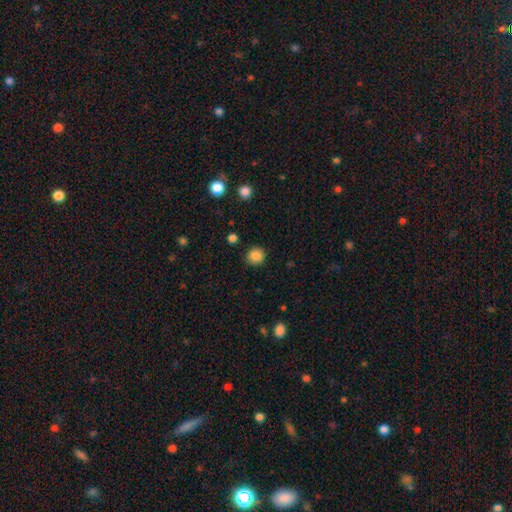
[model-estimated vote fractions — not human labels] smooth-or-featured: smooth: 85% | star or artifact: 10% | featured or disk: 5%
  how-rounded: round: 90% | in between: 9% | cigar-shaped: 1%
  merging: none: 88% | minor disturbance: 8% | major disturbance: 2% | merger: 2%